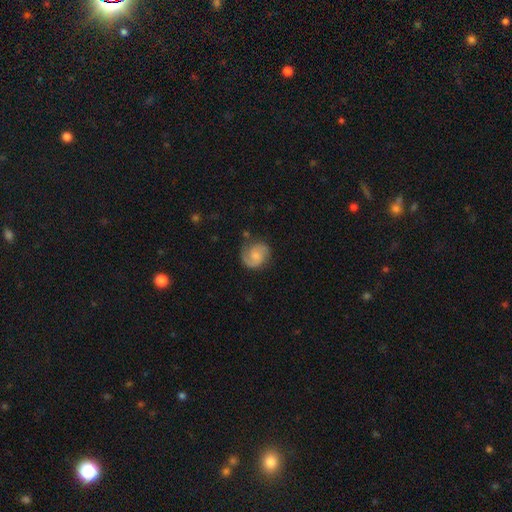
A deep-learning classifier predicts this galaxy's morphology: Smooth or featured: featured or disk — 74% (smooth — 20%)
Edge-on disk: no — 98% (yes — 2%)
Bar: no — 53% (weak — 41%)
Spiral arms: yes — 96% (no — 4%)
Spiral winding: medium — 51% (tight — 29%)
Spiral arm count: 2 — 86% (1 — 7%)
Bulge size: small — 35% (moderate — 33%)
Merging: none — 76% (minor disturbance — 16%)